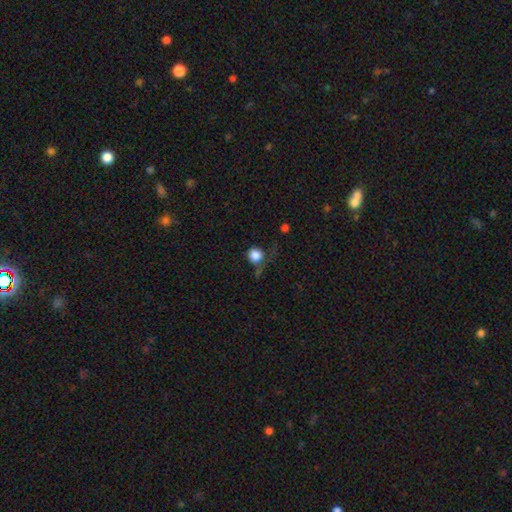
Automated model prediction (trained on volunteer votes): A smooth galaxy with no disk features (82%) that is round (87%). Merging: none (47%).